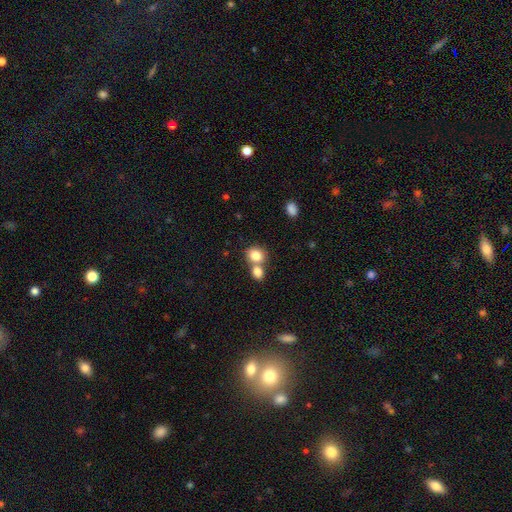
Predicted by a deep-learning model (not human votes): smooth_or_featured: smooth (p=0.82) [alt: star or artifact p=0.09]
how_rounded: round (p=0.64) [alt: in between p=0.35]
merging: merger (p=0.52) [alt: none p=0.38]